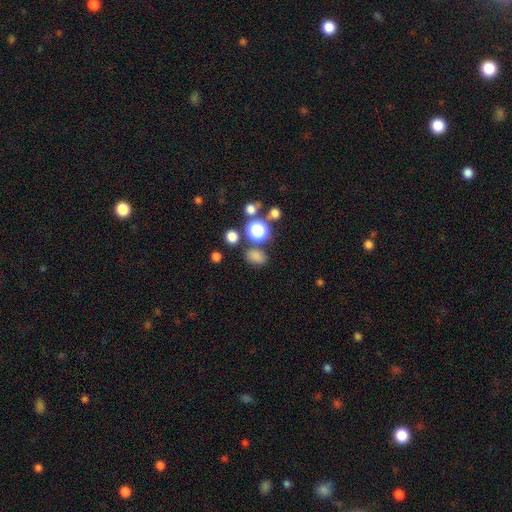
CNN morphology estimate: A smooth galaxy with no disk features (74%) that is in between round and cigar-shaped (64%). Merging: none (71%).